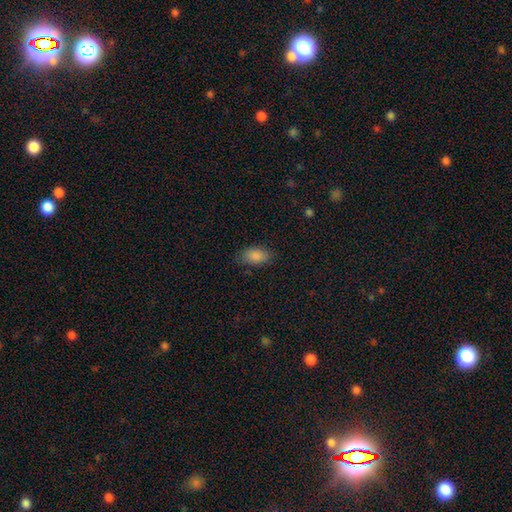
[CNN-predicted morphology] A smooth galaxy with no disk features (88%) that is in between round and cigar-shaped (92%). Merging: none (80%).